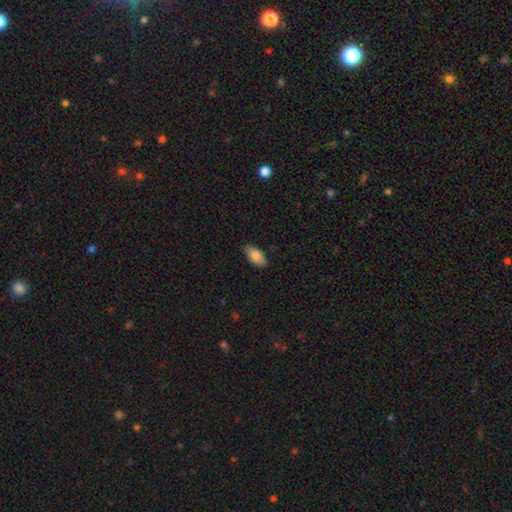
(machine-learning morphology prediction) type=smooth (79%); roundness=in between (89%); merging=none (85%).